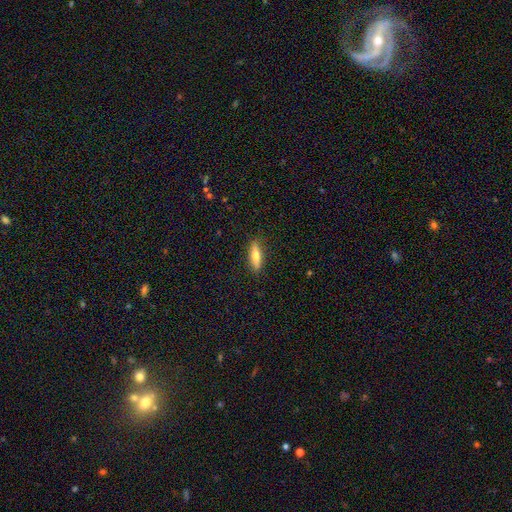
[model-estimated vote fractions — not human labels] This is possibly a smooth galaxy (58%). How rounded: possibly cigar-shaped (59%). Merging: clearly none (88%).